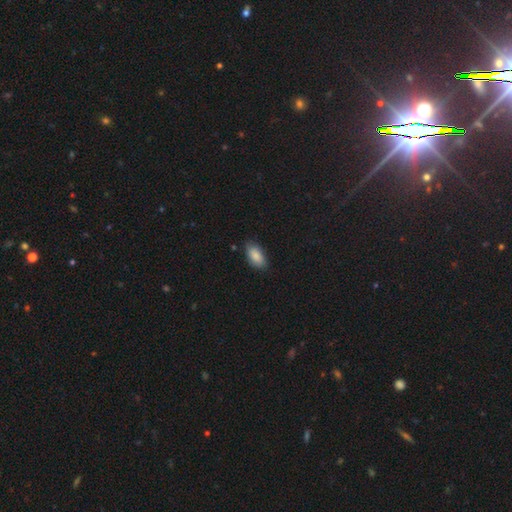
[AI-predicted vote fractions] smooth_or_featured: smooth (p=0.86) [alt: featured or disk p=0.07]
how_rounded: in between (p=0.93) [alt: cigar-shaped p=0.04]
merging: none (p=0.79) [alt: minor disturbance p=0.17]